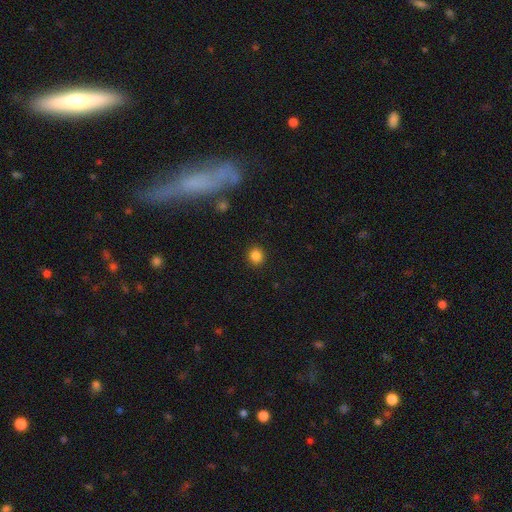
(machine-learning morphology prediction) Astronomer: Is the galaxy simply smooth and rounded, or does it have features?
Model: smooth — 85%.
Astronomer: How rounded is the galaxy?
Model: round — 89%.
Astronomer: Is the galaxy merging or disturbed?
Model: none — 91%.